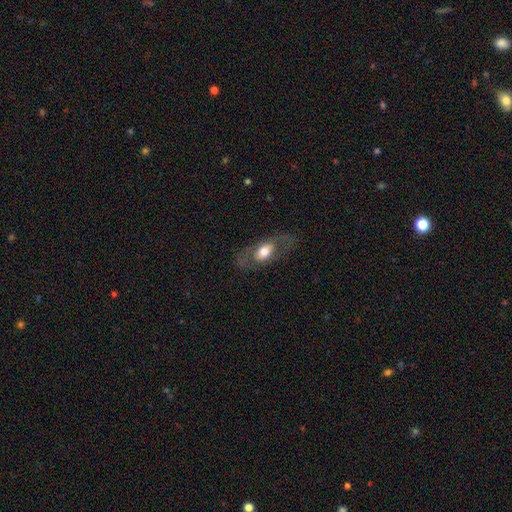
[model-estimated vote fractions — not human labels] A featured or disk galaxy (56%).

Vote fractions:
- Smooth or featured? featured or disk: 56% / smooth: 35% / star or artifact: 8%
- Edge-on disk? no: 81% / yes: 19%
- Merging? none: 76% / minor disturbance: 14% / major disturbance: 8% / merger: 1%